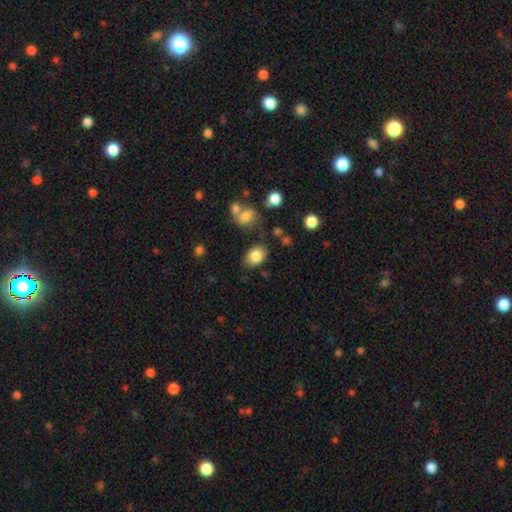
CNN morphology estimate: smooth_or_featured: smooth (p=0.84) [alt: star or artifact p=0.09]
how_rounded: in between (p=0.72) [alt: round p=0.27]
merging: none (p=0.76) [alt: minor disturbance p=0.14]